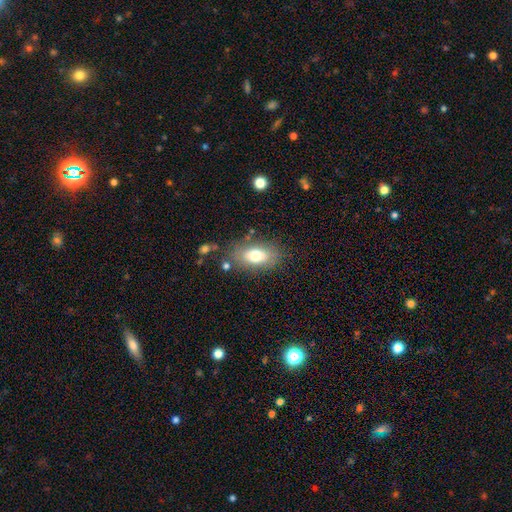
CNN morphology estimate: A smooth galaxy with no disk features (72%) that is in between round and cigar-shaped (88%).

Vote fractions:
- Smooth or featured? smooth: 72% / featured or disk: 20% / star or artifact: 8%
- How rounded? in between: 88% / round: 8% / cigar-shaped: 4%
- Merging? none: 76% / minor disturbance: 14% / major disturbance: 5% / merger: 4%